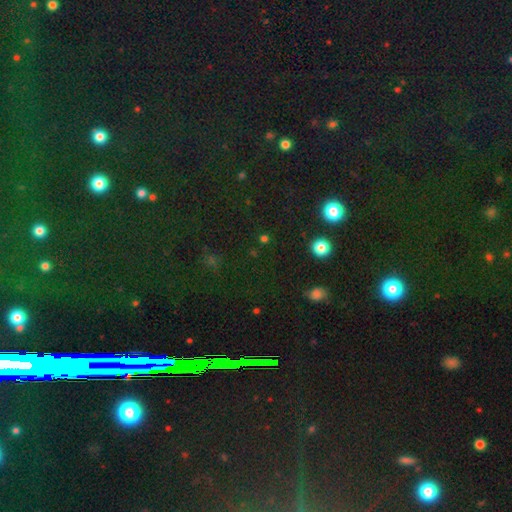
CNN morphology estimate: smooth_or_featured: star or artifact (p=0.73) [alt: smooth p=0.18]